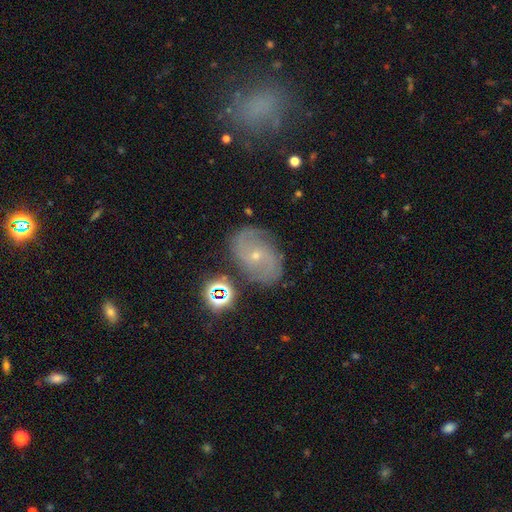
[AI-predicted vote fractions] The model was most divided on "spiral winding": medium: 42%, tight: 40%, loose: 18%. More confident: edge-on disk — no (97%); spiral arms — yes (92%); bulge size — small (78%); smooth or featured — featured or disk (75%); merging — none (75%); bar — no (65%); spiral arm count — 2 (58%).